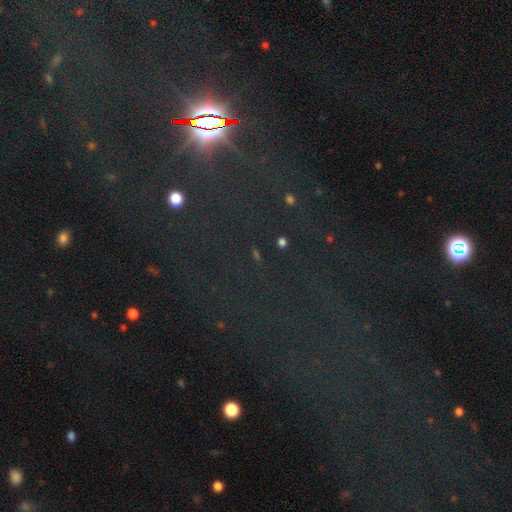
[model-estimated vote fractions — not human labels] This is likely a star or artifact rather than a galaxy (79%).